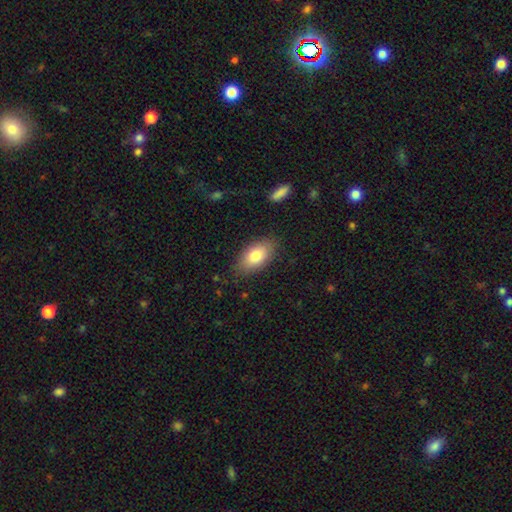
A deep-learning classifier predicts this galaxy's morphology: This appears to be a smooth galaxy with no disk features (81%) that is in between round and cigar-shaped (92%). Merging: none (83%).